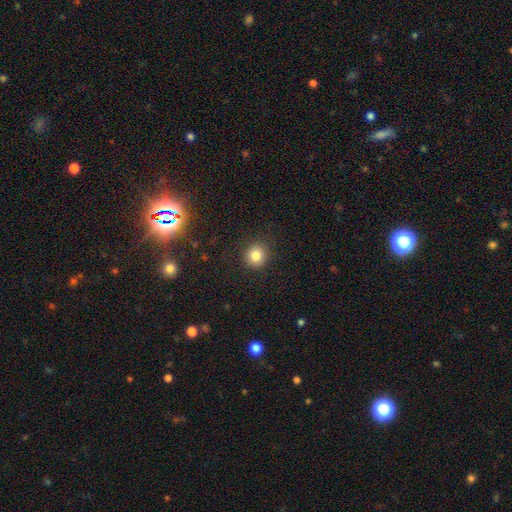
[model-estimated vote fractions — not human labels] A smooth galaxy with no disk features (83%) that is round (90%).

Vote fractions:
- Smooth or featured? smooth: 83% / star or artifact: 11% / featured or disk: 6%
- How rounded? round: 90% / in between: 9% / cigar-shaped: 1%
- Merging? none: 89% / minor disturbance: 7% / major disturbance: 3% / merger: 1%